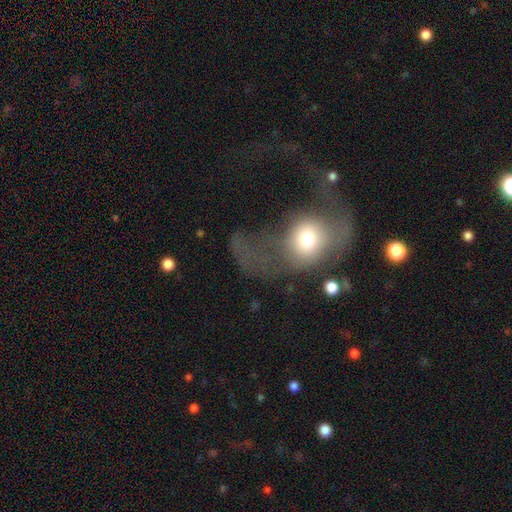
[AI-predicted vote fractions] smooth_or_featured: smooth (p=0.47) [alt: featured or disk p=0.40]
merging: major disturbance (p=0.70) [alt: none p=0.13]